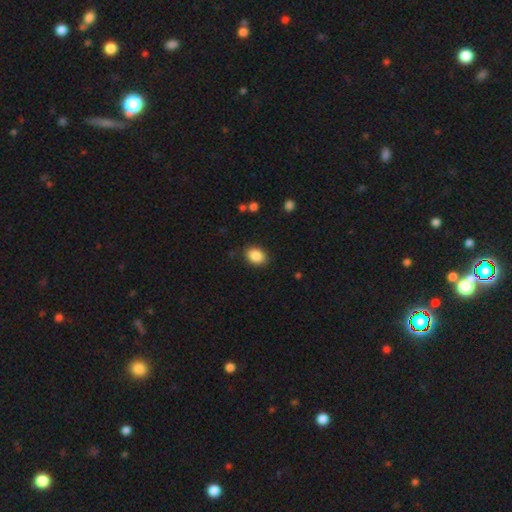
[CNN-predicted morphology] Overall: smooth (88%). How rounded: in between (73%). Merging: none (86%).